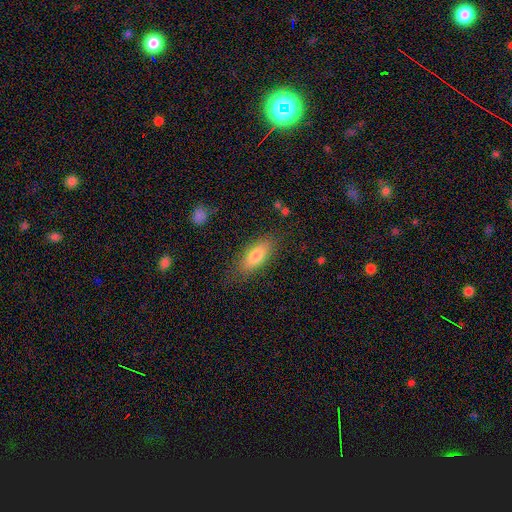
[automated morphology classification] This appears to be a smooth galaxy with no disk features (77%) that is in between round and cigar-shaped (76%). Merging: none (81%).